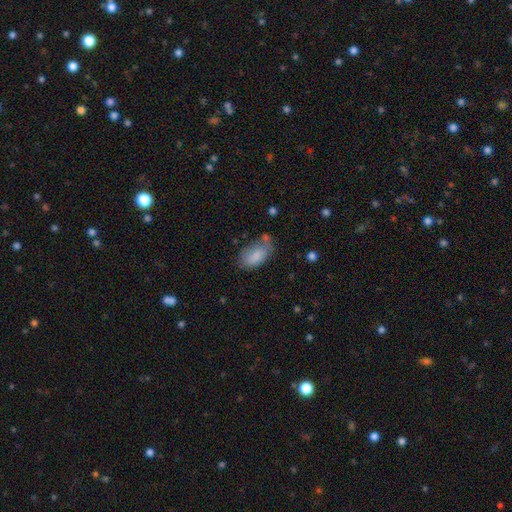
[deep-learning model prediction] Morphology: type=smooth (84%); roundness=in between (93%); merging=none (52%).